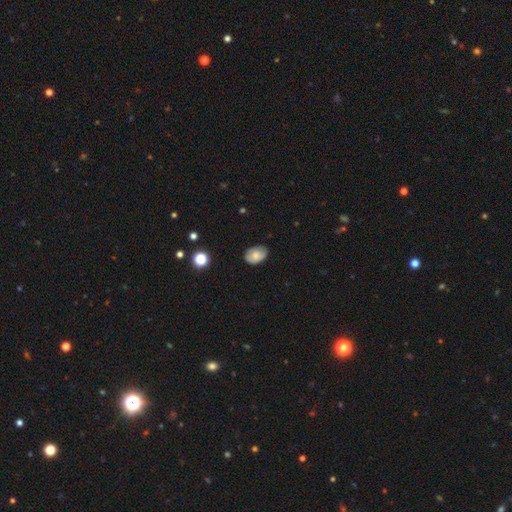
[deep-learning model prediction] smooth 75%, featured or disk 16%, star or artifact 9%. Down the decision tree: how rounded — in between (81%); merging — none (75%).